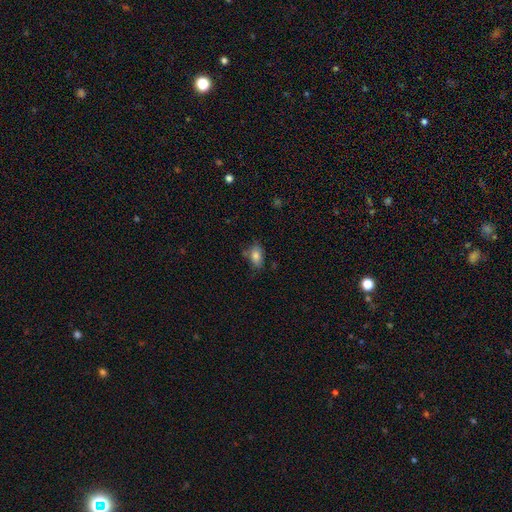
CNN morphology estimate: Smooth or featured?
  - smooth: 81% *
  - featured or disk: 10%
  - star or artifact: 9%
How rounded?
  - in between: 87% *
  - round: 10%
  - cigar-shaped: 3%
Merging?
  - none: 65% *
  - minor disturbance: 23%
  - merger: 6%
  - major disturbance: 6%